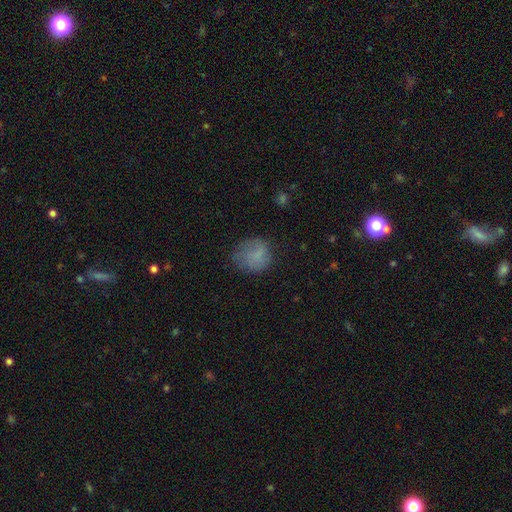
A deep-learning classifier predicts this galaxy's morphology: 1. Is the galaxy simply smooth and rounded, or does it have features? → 75% smooth, 15% featured or disk, 11% star or artifact.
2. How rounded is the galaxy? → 77% round, 22% in between, 1% cigar-shaped.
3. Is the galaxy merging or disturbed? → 61% none, 25% minor disturbance, 12% major disturbance, 2% merger.